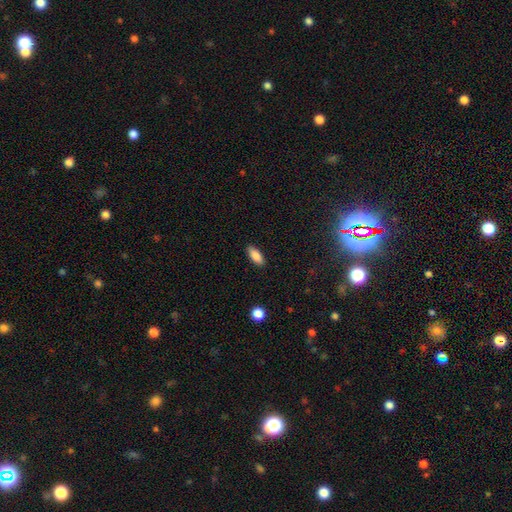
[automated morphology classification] Smooth or featured?
  - smooth: 87% *
  - star or artifact: 7%
  - featured or disk: 6%
How rounded?
  - in between: 83% *
  - cigar-shaped: 15%
  - round: 2%
Merging?
  - none: 88% *
  - minor disturbance: 9%
  - major disturbance: 2%
  - merger: 1%